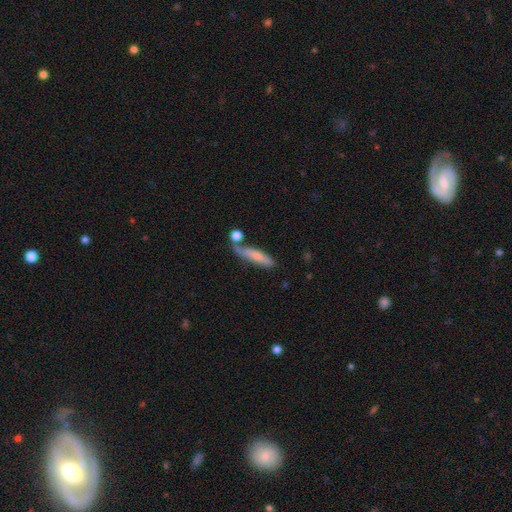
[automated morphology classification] Smooth or featured? Predicted: smooth (p=0.66). How rounded? Predicted: cigar-shaped (p=0.82). Merging? Predicted: none (p=0.61).